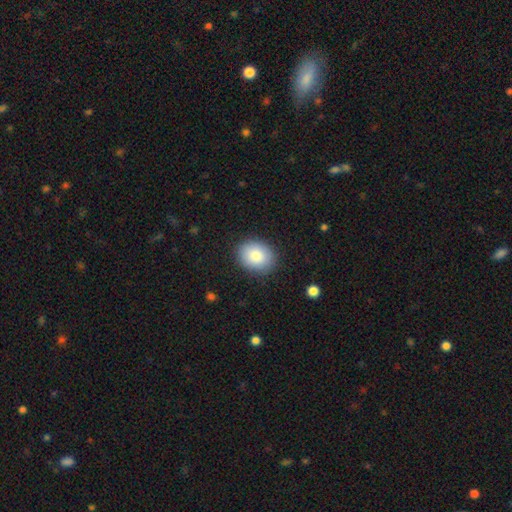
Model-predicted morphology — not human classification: Smooth or featured: smooth — 85% (featured or disk — 8%)
How rounded: in between — 54% (round — 45%)
Merging: none — 87% (minor disturbance — 9%)